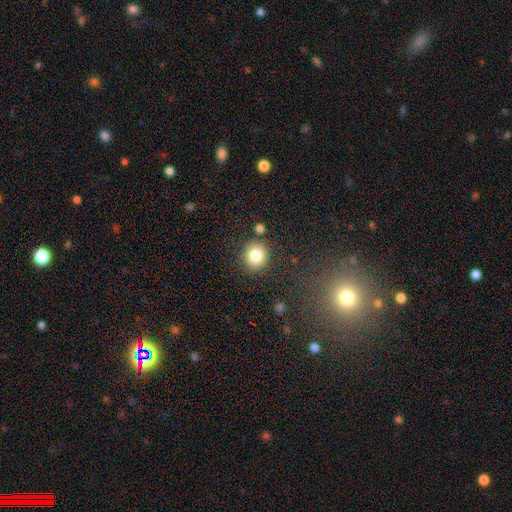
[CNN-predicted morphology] Smooth or featured: smooth — 83% (star or artifact — 10%)
How rounded: round — 86% (in between — 13%)
Merging: none — 84% (minor disturbance — 9%)